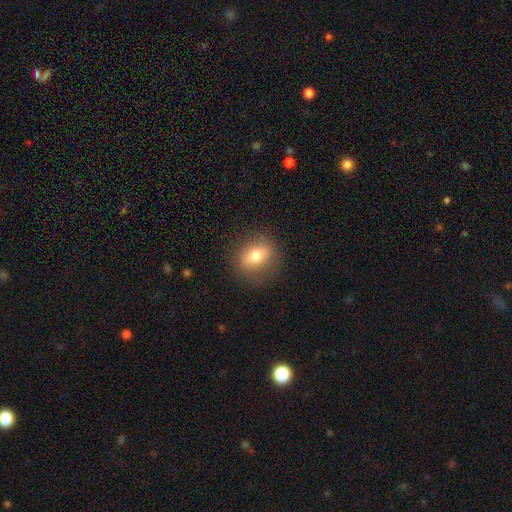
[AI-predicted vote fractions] Overall: smooth (64%; featured or disk 26%). How rounded: round (50%; in between 47%). Merging: none (83%).